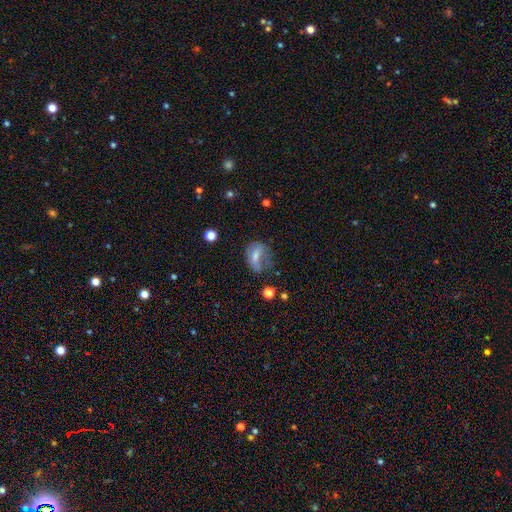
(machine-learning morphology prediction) Smooth or featured? Predicted: smooth (p=0.58). How rounded? Predicted: in between (p=0.74). Merging? Predicted: major disturbance (p=0.37).